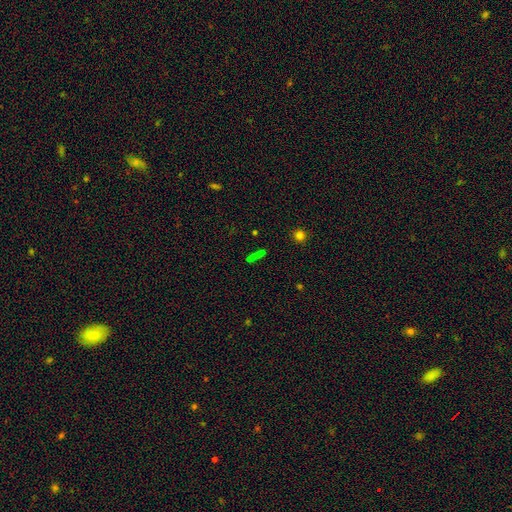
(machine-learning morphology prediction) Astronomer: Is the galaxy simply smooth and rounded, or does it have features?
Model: smooth — 42% (runner-up: star or artifact, 41%).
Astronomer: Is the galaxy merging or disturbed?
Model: none — 74%.